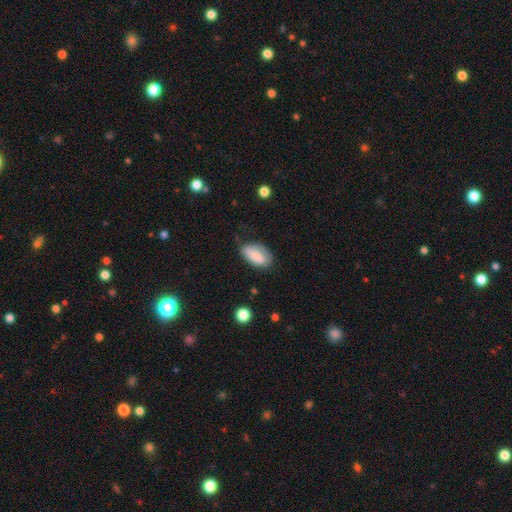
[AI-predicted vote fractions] smooth_or_featured: smooth (p=0.82) [alt: featured or disk p=0.11]
how_rounded: in between (p=0.92) [alt: cigar-shaped p=0.04]
merging: none (p=0.60) [alt: minor disturbance p=0.29]